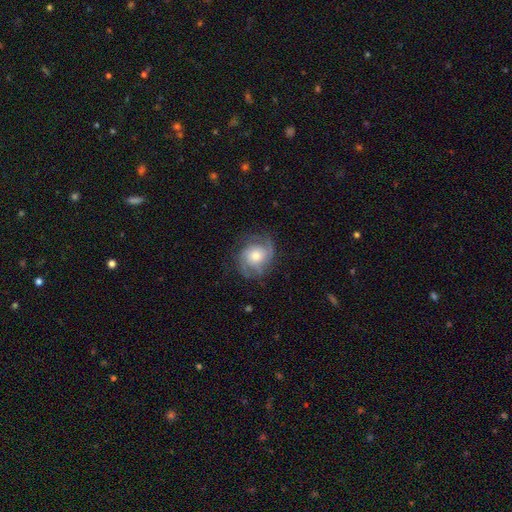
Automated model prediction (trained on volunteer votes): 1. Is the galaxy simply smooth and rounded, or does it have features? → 77% featured or disk, 17% smooth, 6% star or artifact.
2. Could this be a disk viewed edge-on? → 98% no, 2% yes.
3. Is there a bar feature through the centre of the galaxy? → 75% no, 21% weak, 4% strong.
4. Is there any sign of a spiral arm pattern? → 94% yes, 6% no.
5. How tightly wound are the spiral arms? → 42% tight (tied), 42% medium (tied), 16% loose.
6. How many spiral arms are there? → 36% 2, 28% 3, 19% can't tell, 6% 4, 6% 1, 5% more than 4.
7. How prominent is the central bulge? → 61% moderate, 26% small, 10% large, 2% none, 1% dominant.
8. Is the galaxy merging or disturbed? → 72% none, 17% minor disturbance, 9% major disturbance, 1% merger.